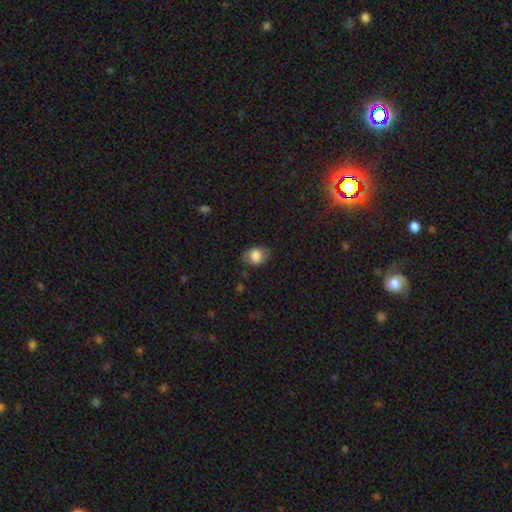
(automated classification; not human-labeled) Smooth or featured? Predicted: smooth (p=0.76). How rounded? Predicted: in between (p=0.68). Merging? Predicted: none (p=0.71).